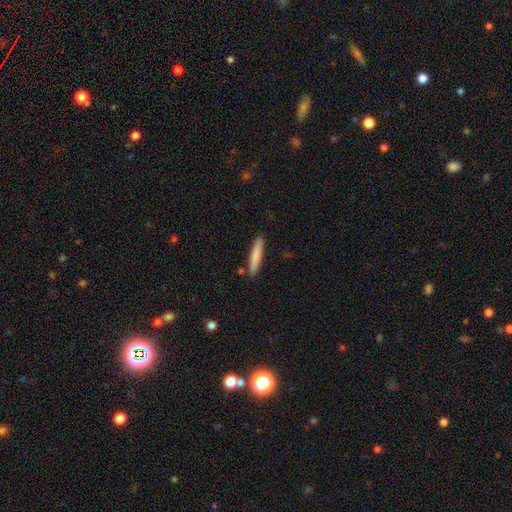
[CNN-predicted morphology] Smooth or featured? smooth (80%)
How rounded? cigar-shaped (92%)
Merging? none (86%)